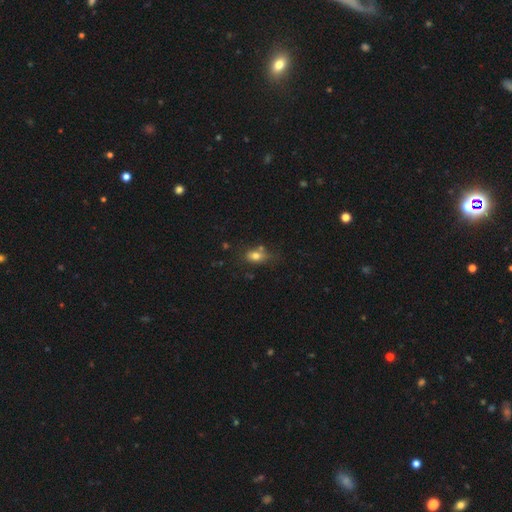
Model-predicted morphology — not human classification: Smooth or featured?
  - smooth: 76% *
  - featured or disk: 13%
  - star or artifact: 11%
How rounded?
  - in between: 76% *
  - round: 19%
  - cigar-shaped: 4%
Merging?
  - none: 56% *
  - minor disturbance: 22%
  - merger: 14%
  - major disturbance: 7%